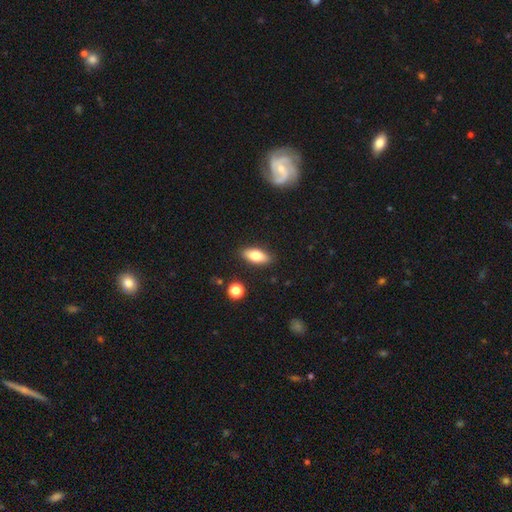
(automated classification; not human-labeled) smooth 77%, featured or disk 15%, star or artifact 7%. Down the decision tree: how rounded — in between (82%); merging — none (88%).